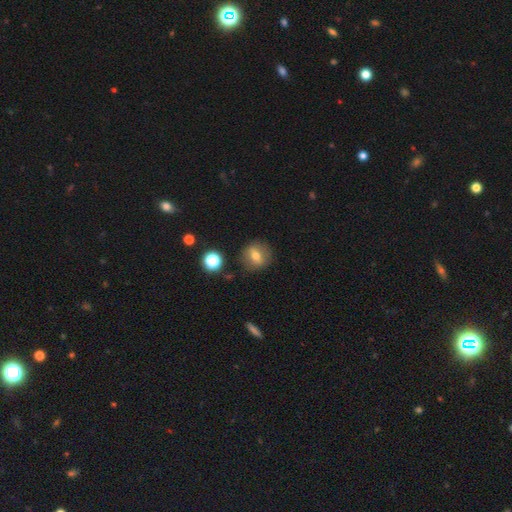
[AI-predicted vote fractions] This appears to be a smooth galaxy with no disk features (62%) that is round (76%). Merging: none (84%).